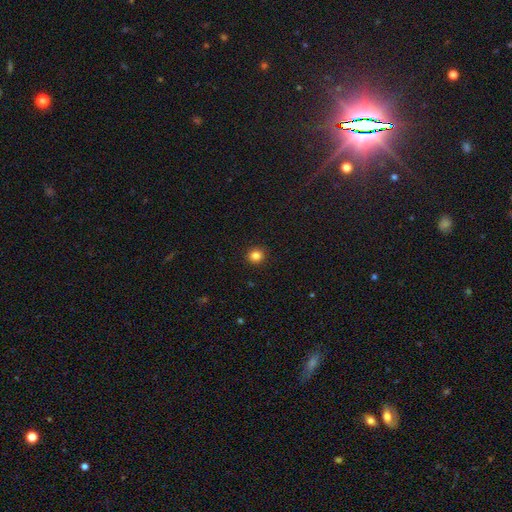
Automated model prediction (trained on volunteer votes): Smooth or featured: smooth — 84% (star or artifact — 12%)
How rounded: round — 91% (in between — 8%)
Merging: none — 92% (minor disturbance — 5%)